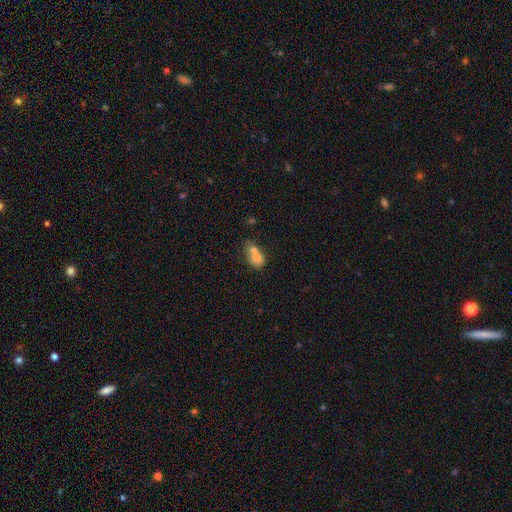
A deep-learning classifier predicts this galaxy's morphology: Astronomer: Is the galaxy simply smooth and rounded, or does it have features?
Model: smooth — 71%.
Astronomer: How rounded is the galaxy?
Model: in between — 59% (runner-up: round, 39%).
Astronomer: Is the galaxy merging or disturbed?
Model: merger — 63%.